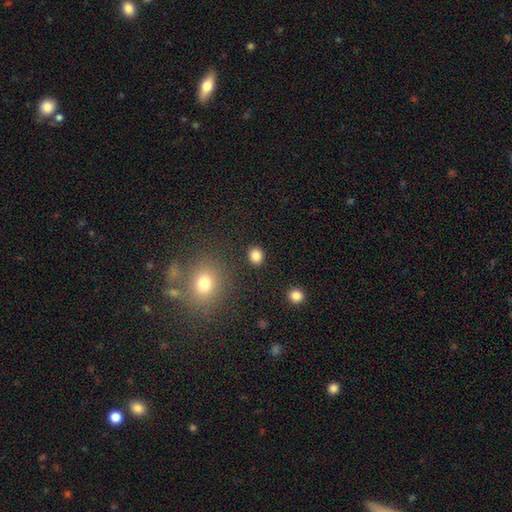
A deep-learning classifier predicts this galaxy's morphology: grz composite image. It shows a smooth galaxy with no disk features (85%) that is round (75%). Merging: none (89%).